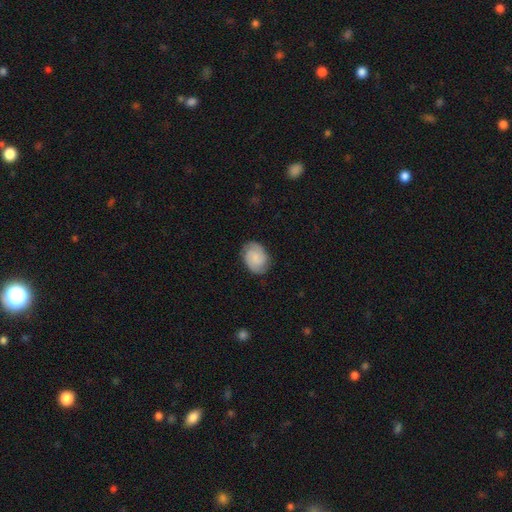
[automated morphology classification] Q: Smooth or featured?
A: featured or disk (57%); runner-up: smooth (35%)
Q: Edge-on disk?
A: no (98%); runner-up: yes (2%)
Q: Bar?
A: no (64%); runner-up: weak (31%)
Q: Spiral arms?
A: yes (94%); runner-up: no (6%)
Q: Spiral winding?
A: tight (57%); runner-up: medium (35%)
Q: Spiral arm count?
A: 2 (71%); runner-up: can't tell (13%)
Q: Bulge size?
A: small (47%); runner-up: none (32%)
Q: Merging?
A: none (81%); runner-up: minor disturbance (14%)